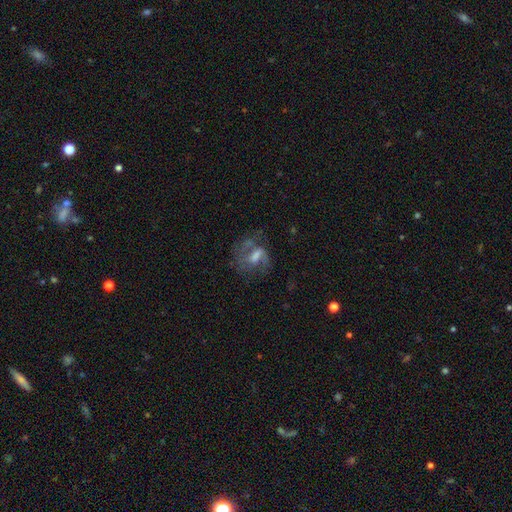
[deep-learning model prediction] smooth_or_featured: featured or disk (p=0.67) [alt: smooth p=0.21]
disk_edge_on: no (p=0.96) [alt: yes p=0.04]
bar: weak (p=0.50) [alt: no p=0.29]
has_spiral_arms: yes (p=0.79) [alt: no p=0.21]
spiral_winding: medium (p=0.46) [alt: loose p=0.36]
spiral_arm_count: 2 (p=0.59) [alt: can't tell p=0.17]
bulge_size: moderate (p=0.41) [alt: small p=0.25]
merging: none (p=0.48) [alt: major disturbance p=0.28]